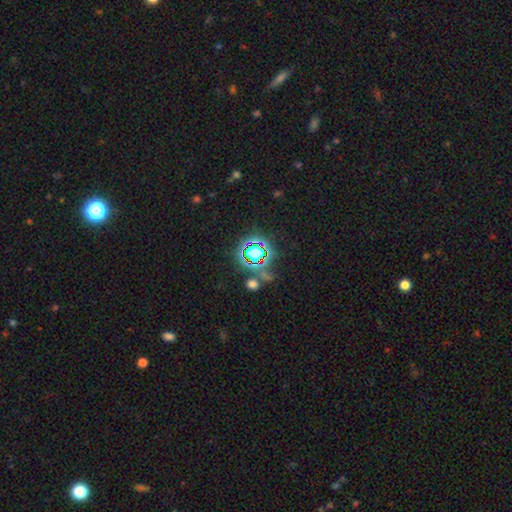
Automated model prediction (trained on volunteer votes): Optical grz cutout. It shows a star or artifact, not a galaxy (64%).